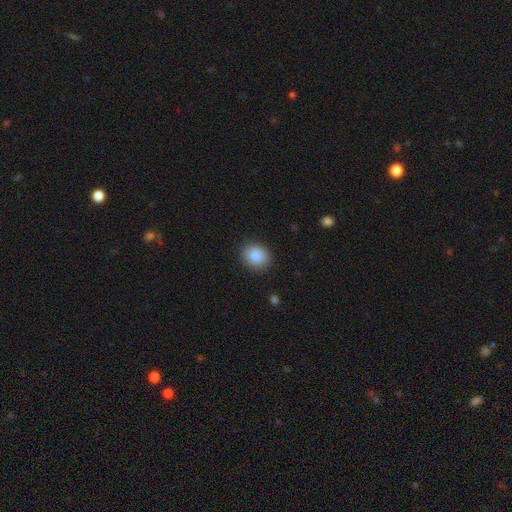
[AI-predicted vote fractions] smooth-or-featured: smooth: 88% | star or artifact: 8% | featured or disk: 4%
  how-rounded: round: 62% | in between: 37% | cigar-shaped: 1%
  merging: none: 87% | minor disturbance: 9% | major disturbance: 3% | merger: 1%